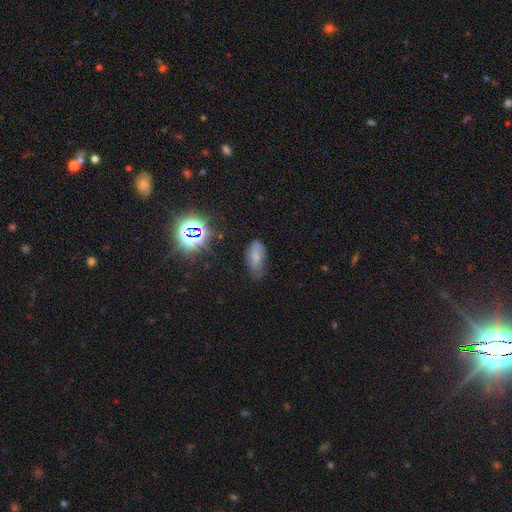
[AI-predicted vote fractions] Smooth or featured?
  - smooth: 69% *
  - star or artifact: 17%
  - featured or disk: 14%
How rounded?
  - in between: 87% *
  - cigar-shaped: 9%
  - round: 4%
Merging?
  - none: 57% *
  - minor disturbance: 32%
  - major disturbance: 9%
  - merger: 2%